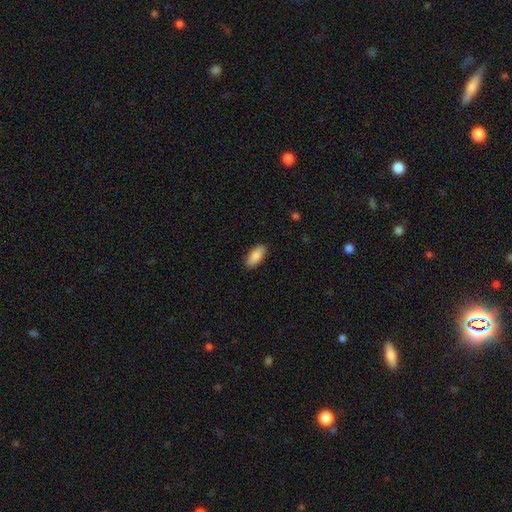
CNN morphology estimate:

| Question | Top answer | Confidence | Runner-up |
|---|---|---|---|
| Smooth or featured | smooth | 88% | star or artifact (6%) |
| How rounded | in between | 84% | cigar-shaped (14%) |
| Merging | none | 89% | minor disturbance (8%) |